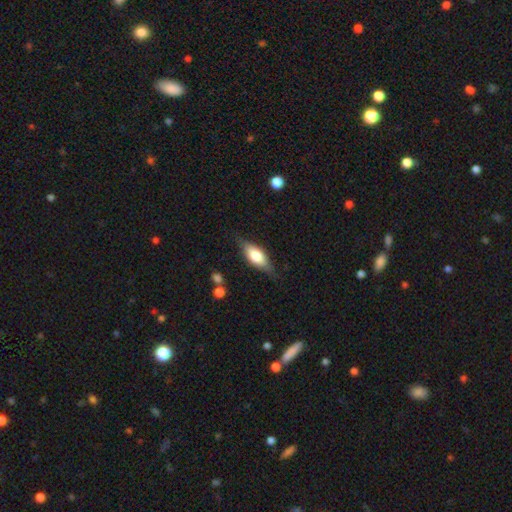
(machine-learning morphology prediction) This is possibly a smooth galaxy (54%). How rounded: likely in between (72%). Merging: likely none (76%).